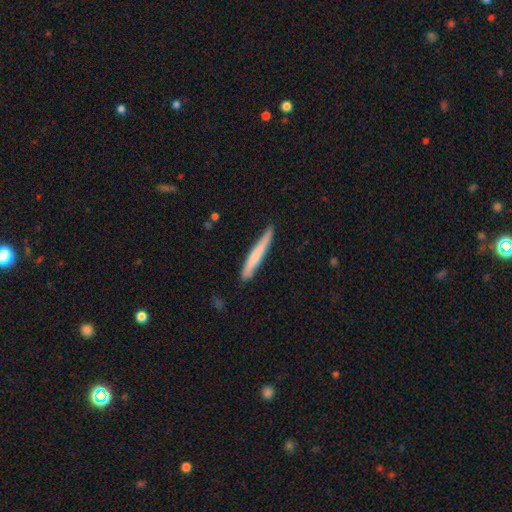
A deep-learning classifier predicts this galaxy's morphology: Smooth or featured? smooth (65%)
How rounded? cigar-shaped (96%)
Merging? none (84%)